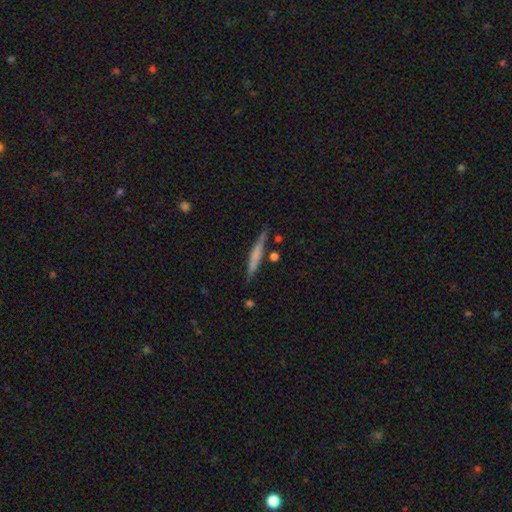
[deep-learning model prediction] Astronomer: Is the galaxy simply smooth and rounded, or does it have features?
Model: smooth — 52% (runner-up: featured or disk, 42%).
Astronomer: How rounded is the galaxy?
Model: cigar-shaped — 94%.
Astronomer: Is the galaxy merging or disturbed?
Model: none — 80%.